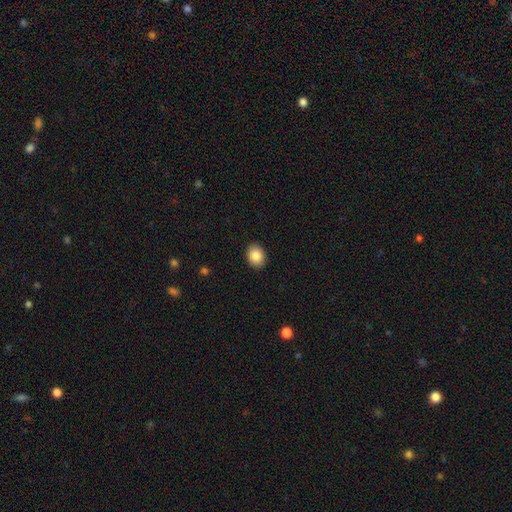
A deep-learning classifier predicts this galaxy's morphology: smooth_or_featured: smooth (p=0.86) [alt: star or artifact p=0.08]
how_rounded: in between (p=0.57) [alt: round p=0.43]
merging: none (p=0.91) [alt: minor disturbance p=0.06]